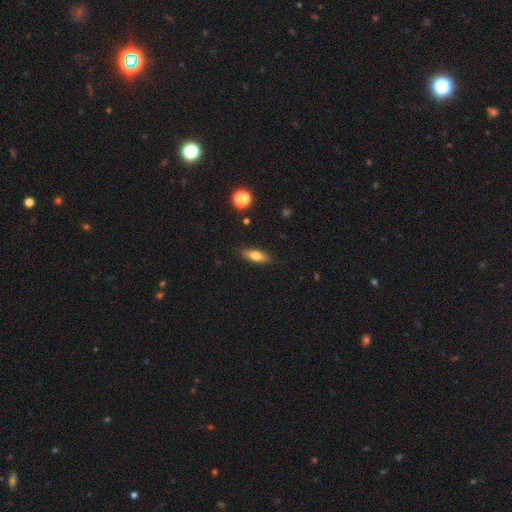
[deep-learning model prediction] Smooth or featured? Predicted: smooth (p=0.67). How rounded? Predicted: in between (p=0.60). Merging? Predicted: none (p=0.87).